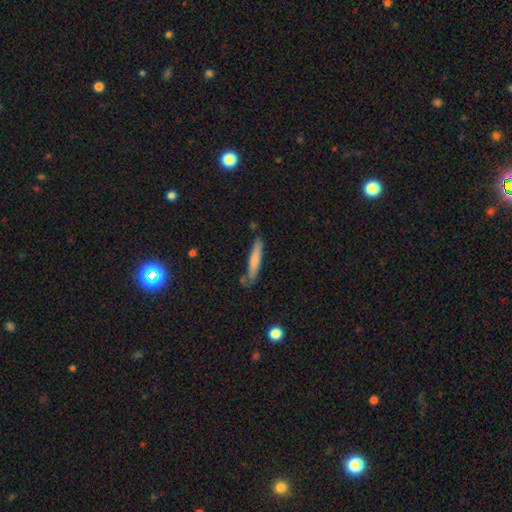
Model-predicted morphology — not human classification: A smooth galaxy with no disk features (60%) that is cigar-shaped (92%).

Vote fractions:
- Smooth or featured? smooth: 60% / featured or disk: 31% / star or artifact: 9%
- How rounded? cigar-shaped: 92% / in between: 6% / round: 2%
- Merging? none: 76% / minor disturbance: 17% / major disturbance: 4% / merger: 3%